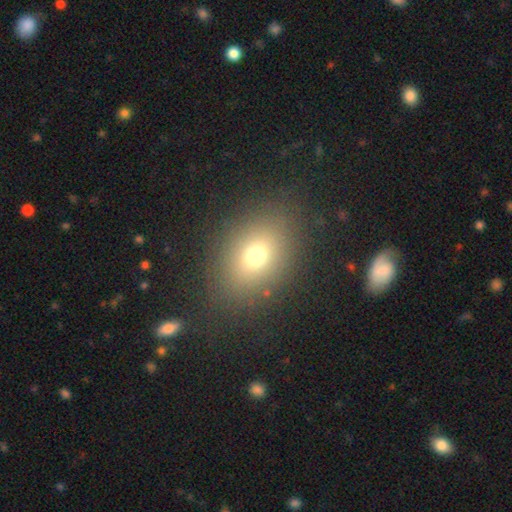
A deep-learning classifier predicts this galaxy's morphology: Smooth or featured? Predicted: smooth (p=0.71). How rounded? Predicted: in between (p=0.60). Merging? Predicted: none (p=0.83).